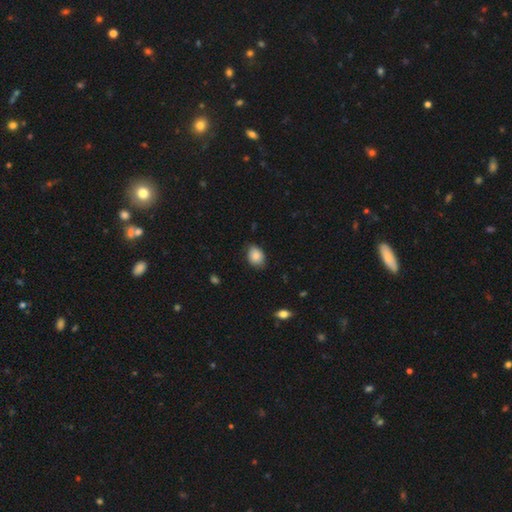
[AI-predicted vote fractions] This appears to be a smooth galaxy with no disk features (81%) that is in between round and cigar-shaped (67%). Merging: none (75%).